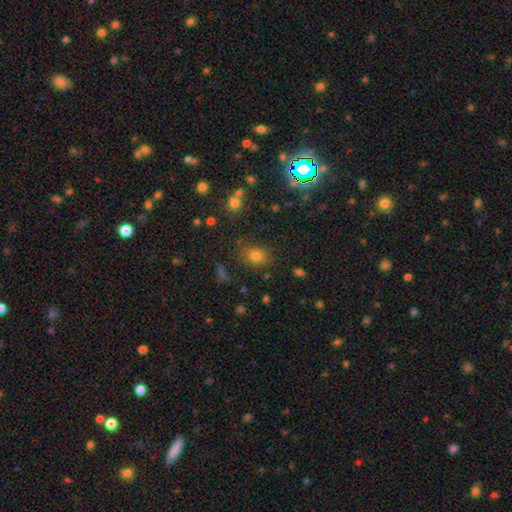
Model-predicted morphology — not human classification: Smooth or featured? smooth (73%)
How rounded? round (49%, tied with in between)
Merging? none (80%)